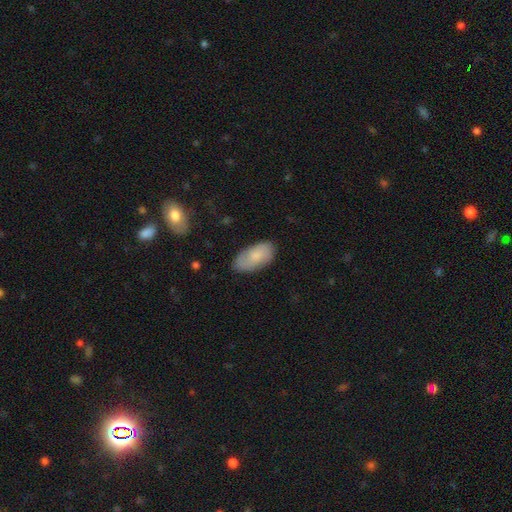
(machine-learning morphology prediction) smooth_or_featured: smooth (p=0.75) [alt: featured or disk p=0.19]
how_rounded: in between (p=0.93) [alt: cigar-shaped p=0.04]
merging: none (p=0.77) [alt: minor disturbance p=0.18]